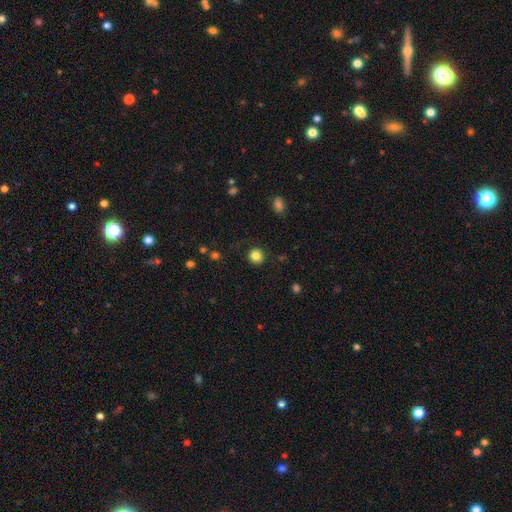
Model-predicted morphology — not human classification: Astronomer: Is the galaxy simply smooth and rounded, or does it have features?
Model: smooth — 84%.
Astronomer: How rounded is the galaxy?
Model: round — 92%.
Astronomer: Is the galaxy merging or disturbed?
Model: none — 89%.